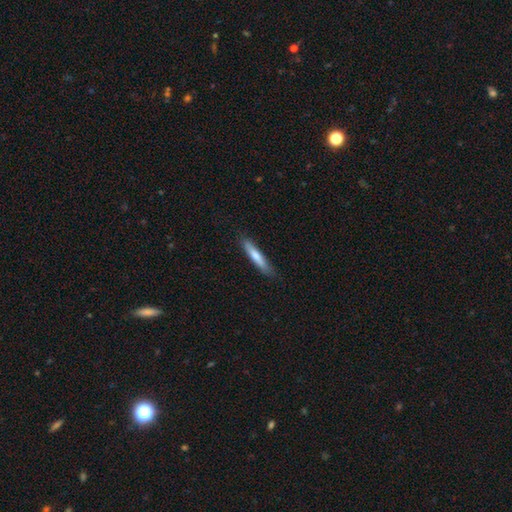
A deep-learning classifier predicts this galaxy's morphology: A smooth galaxy with no disk features (65%) that is cigar-shaped (91%).

Vote fractions:
- Smooth or featured? smooth: 65% / featured or disk: 29% / star or artifact: 6%
- How rounded? cigar-shaped: 91% / in between: 7% / round: 1%
- Merging? none: 87% / minor disturbance: 11% / major disturbance: 2% / merger: 1%